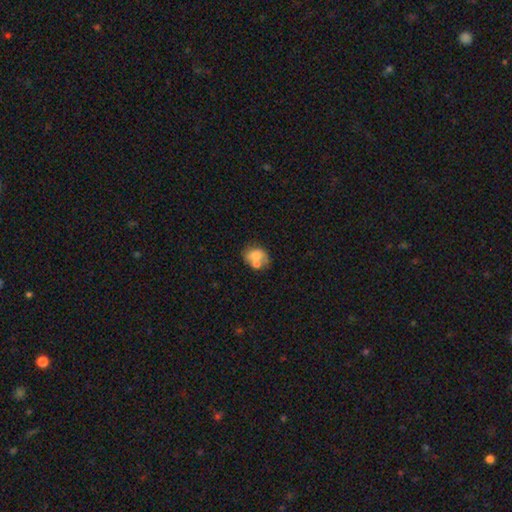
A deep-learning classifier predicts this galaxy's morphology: A smooth galaxy with no disk features (69%) that is in between round and cigar-shaped (61%). Merging: none (39%).